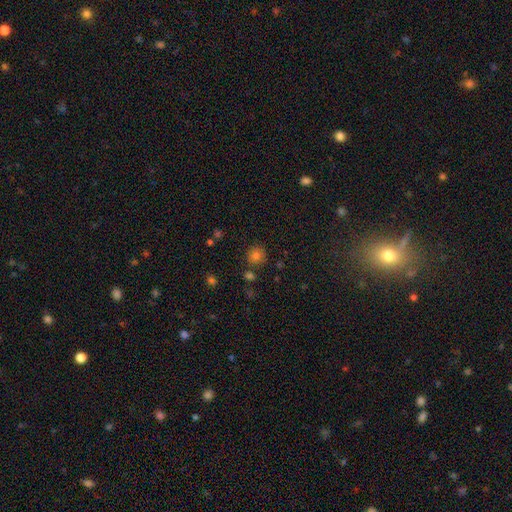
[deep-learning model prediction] This is likely a smooth galaxy (78%). How rounded: clearly round (90%). Merging: clearly none (82%).